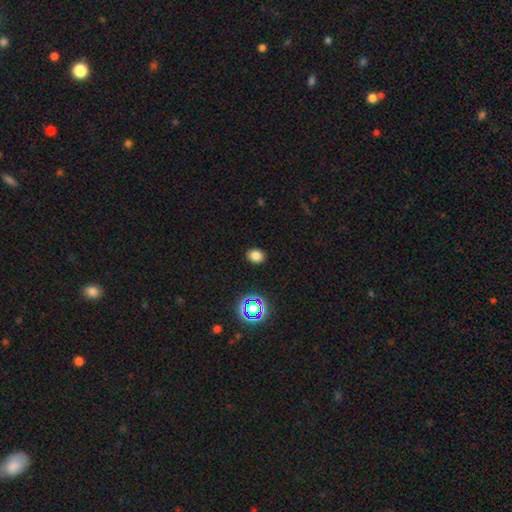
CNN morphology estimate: Q: Smooth or featured?
A: smooth (79%); runner-up: star or artifact (16%)
Q: How rounded?
A: round (51%); runner-up: in between (48%)
Q: Merging?
A: none (89%); runner-up: minor disturbance (7%)